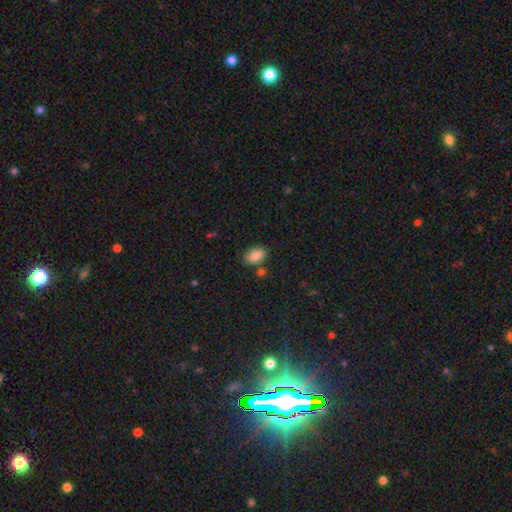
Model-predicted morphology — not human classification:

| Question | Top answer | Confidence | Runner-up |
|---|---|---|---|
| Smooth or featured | smooth | 86% | star or artifact (8%) |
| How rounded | in between | 89% | round (10%) |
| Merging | none | 77% | minor disturbance (13%) |